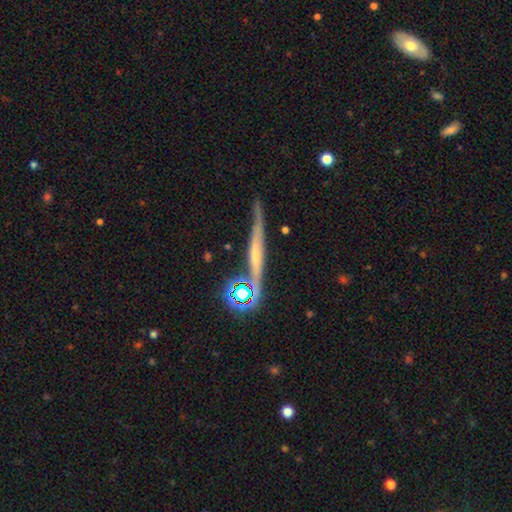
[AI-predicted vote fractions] featured or disk 59%, smooth 26%, star or artifact 15%. Down the decision tree: edge-on disk — yes (89%); edge-on bulge — none (48%); merging — none (69%).